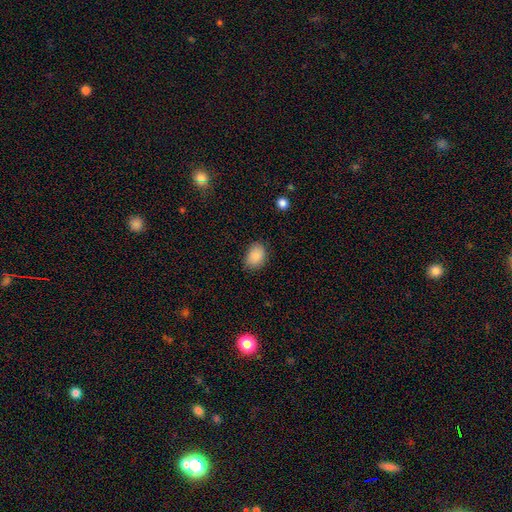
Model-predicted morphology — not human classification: Smooth or featured? smooth (86%)
How rounded? in between (74%)
Merging? none (81%)